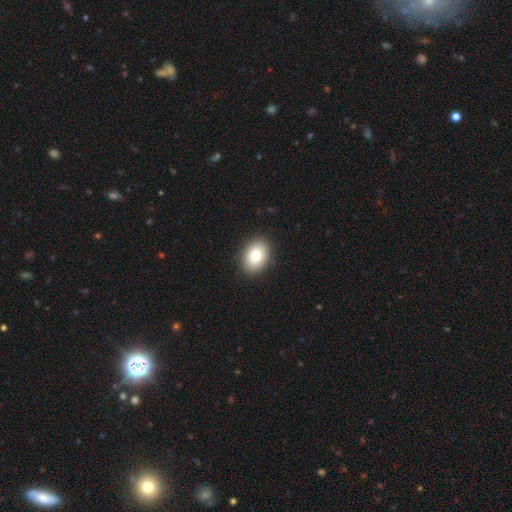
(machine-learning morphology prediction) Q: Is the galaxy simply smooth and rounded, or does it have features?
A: smooth — 83%.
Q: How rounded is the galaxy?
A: in between — 75%.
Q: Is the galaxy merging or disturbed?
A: none — 90%.